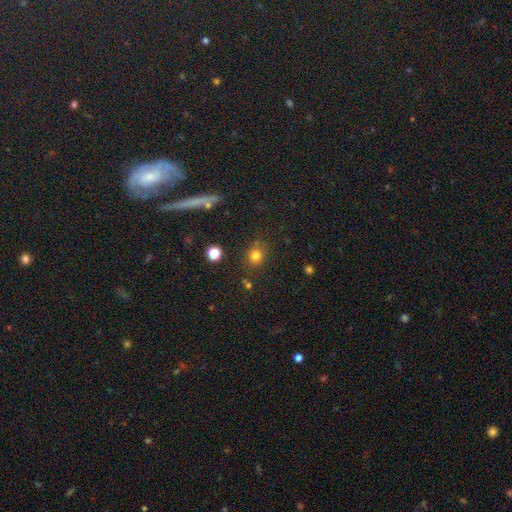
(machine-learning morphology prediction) type=smooth (77%); roundness=round (78%); merging=none (80%).